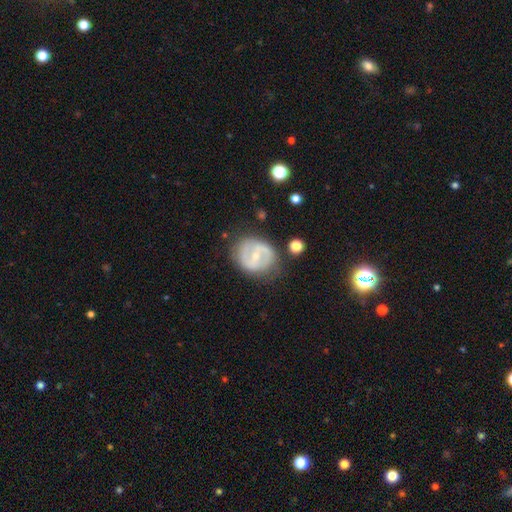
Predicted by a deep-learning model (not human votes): Smooth or featured? featured or disk (70%)
Edge-on disk? no (97%)
Bar? weak (44%)
Spiral arms? yes (67%)
Bulge size? small (57%)
Merging? none (70%)